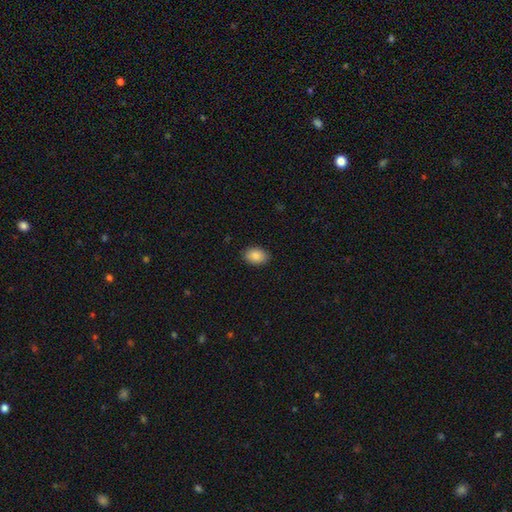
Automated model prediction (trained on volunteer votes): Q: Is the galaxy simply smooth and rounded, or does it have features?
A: smooth — 88%.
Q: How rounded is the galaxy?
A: in between — 83%.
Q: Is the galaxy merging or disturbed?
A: none — 89%.